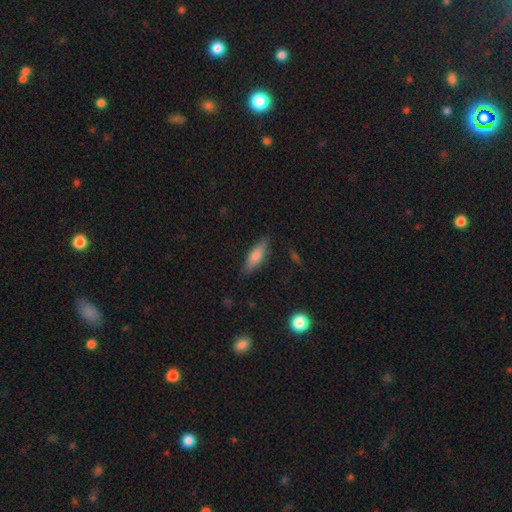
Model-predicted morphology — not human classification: Smooth or featured?
  - smooth: 69% *
  - featured or disk: 24%
  - star or artifact: 7%
How rounded?
  - cigar-shaped: 52% *
  - in between: 46%
  - round: 2%
Merging?
  - none: 83% *
  - minor disturbance: 12%
  - major disturbance: 3%
  - merger: 1%